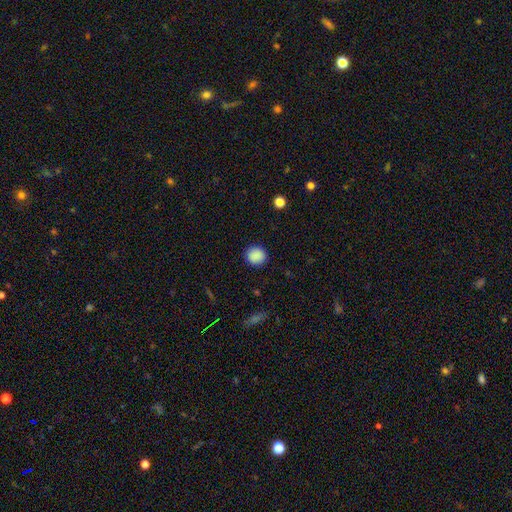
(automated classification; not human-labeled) A smooth galaxy with no disk features (89%) that is round (90%). Merging: none (90%).